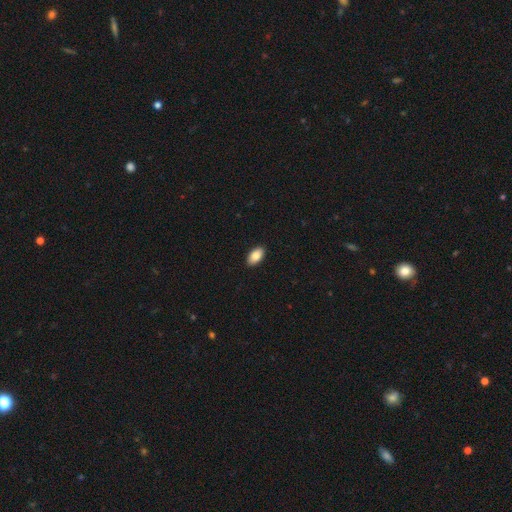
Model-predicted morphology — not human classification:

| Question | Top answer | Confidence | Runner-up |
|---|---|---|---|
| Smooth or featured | smooth | 85% | featured or disk (9%) |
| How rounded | in between | 94% | round (4%) |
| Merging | none | 91% | minor disturbance (7%) |